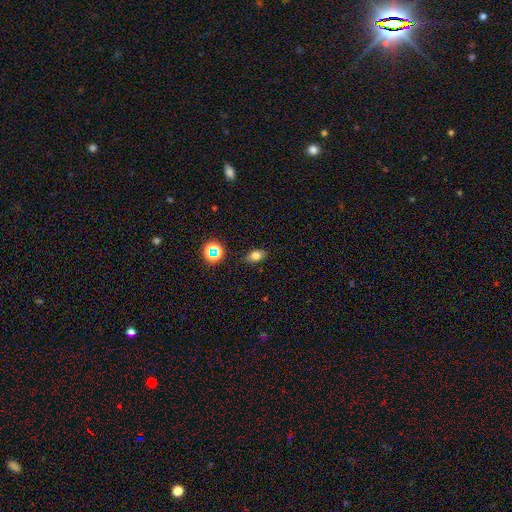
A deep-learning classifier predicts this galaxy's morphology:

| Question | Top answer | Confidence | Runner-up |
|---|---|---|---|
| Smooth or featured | smooth | 74% | star or artifact (16%) |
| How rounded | in between | 79% | round (19%) |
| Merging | none | 85% | minor disturbance (11%) |